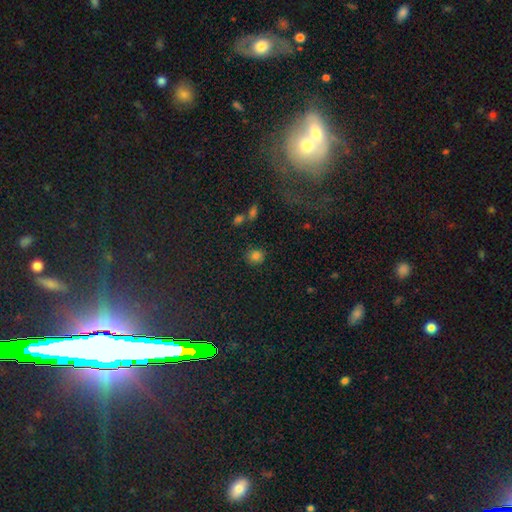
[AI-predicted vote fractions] Overall: smooth (79%). How rounded: round (81%). Merging: none (83%).